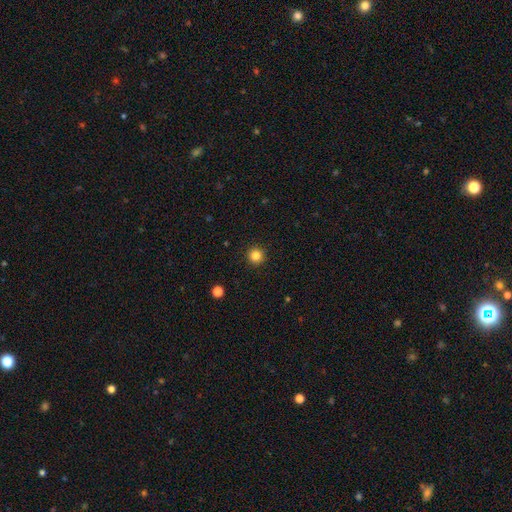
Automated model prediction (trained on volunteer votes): smooth-or-featured: smooth: 84% | star or artifact: 12% | featured or disk: 4%
  how-rounded: round: 96% | in between: 3% | cigar-shaped: 1%
  merging: none: 93% | minor disturbance: 4% | major disturbance: 2% | merger: 1%